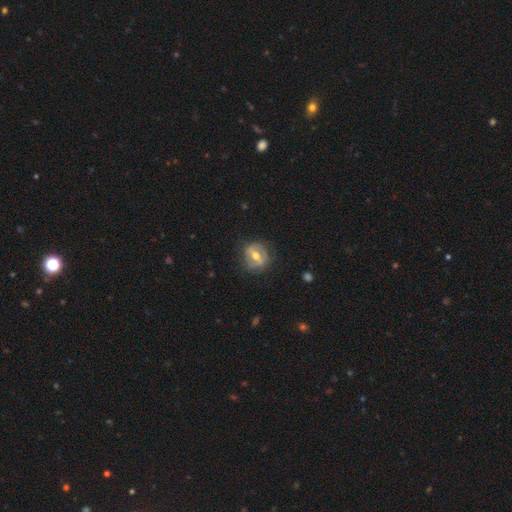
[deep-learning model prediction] The model was most divided on "bar": strong: 49%, weak: 34%, no: 17%. More confident: edge-on disk — no (91%); merging — none (75%); bulge size — moderate (75%); smooth or featured — featured or disk (63%); spiral arms — no (59%).